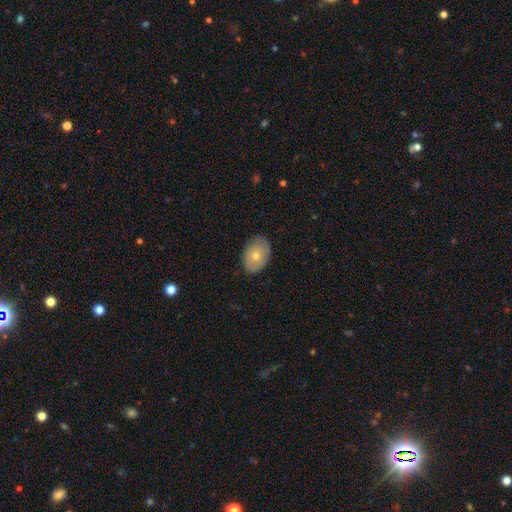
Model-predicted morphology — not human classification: smooth_or_featured: smooth (p=0.64) [alt: featured or disk p=0.28]
how_rounded: in between (p=0.81) [alt: round p=0.18]
merging: none (p=0.85) [alt: minor disturbance p=0.11]